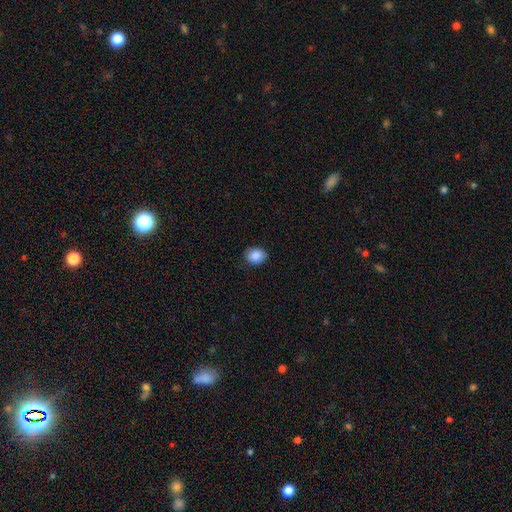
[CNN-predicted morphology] Smooth or featured?
  - smooth: 88% *
  - star or artifact: 8%
  - featured or disk: 4%
How rounded?
  - in between: 54% *
  - round: 45%
  - cigar-shaped: 1%
Merging?
  - none: 86% *
  - minor disturbance: 10%
  - major disturbance: 2%
  - merger: 1%